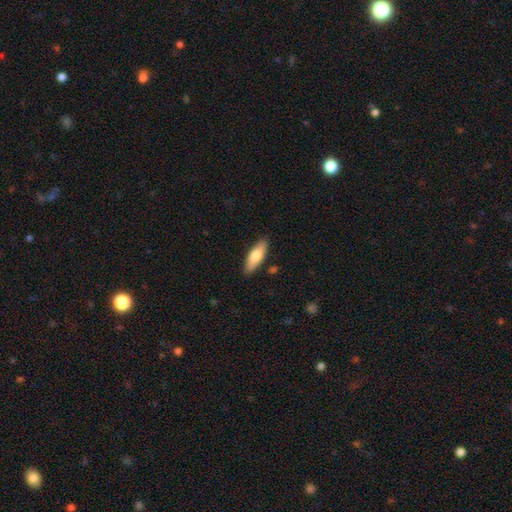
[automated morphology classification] A smooth galaxy with no disk features (75%) that is in between round and cigar-shaped (62%).

Vote fractions:
- Smooth or featured? smooth: 75% / featured or disk: 19% / star or artifact: 6%
- How rounded? in between: 62% / cigar-shaped: 36% / round: 2%
- Merging? none: 86% / minor disturbance: 10% / major disturbance: 2% / merger: 2%